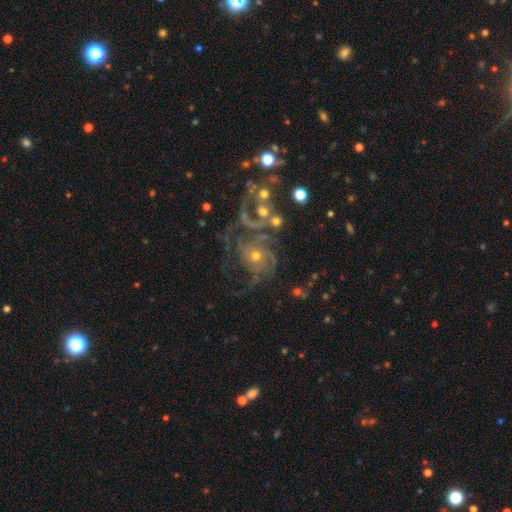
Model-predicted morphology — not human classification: Smooth or featured?
  - featured or disk: 83% *
  - star or artifact: 10%
  - smooth: 7%
Edge-on disk?
  - no: 98% *
  - yes: 2%
Bar?
  - no: 80% *
  - weak: 15%
  - strong: 4%
Spiral arms?
  - yes: 93% *
  - no: 7%
Spiral winding?
  - tight: 47% *
  - medium: 38%
  - loose: 15%
Spiral arm count?
  - 3: 28% *
  - can't tell: 23%
  - 4: 20%
  - 2: 12%
  - more than 4: 9%
  - 1: 7%
Bulge size?
  - small: 53% *
  - moderate: 40%
  - none: 2%
  - large: 2%
  - dominant: 1%
Merging?
  - none: 47% *
  - major disturbance: 27%
  - minor disturbance: 17%
  - merger: 10%